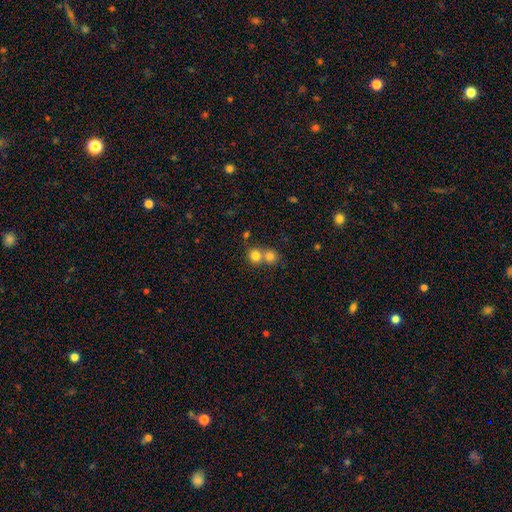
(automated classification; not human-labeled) Smooth or featured: smooth — 80% (star or artifact — 12%)
How rounded: round — 87% (in between — 12%)
Merging: merger — 51% (none — 43%)